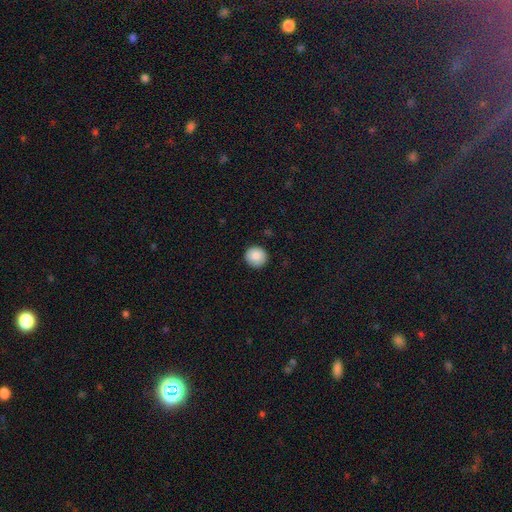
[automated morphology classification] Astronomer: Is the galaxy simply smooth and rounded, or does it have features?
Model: smooth — 85%.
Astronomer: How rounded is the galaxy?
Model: round — 95%.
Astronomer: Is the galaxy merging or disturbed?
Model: none — 91%.